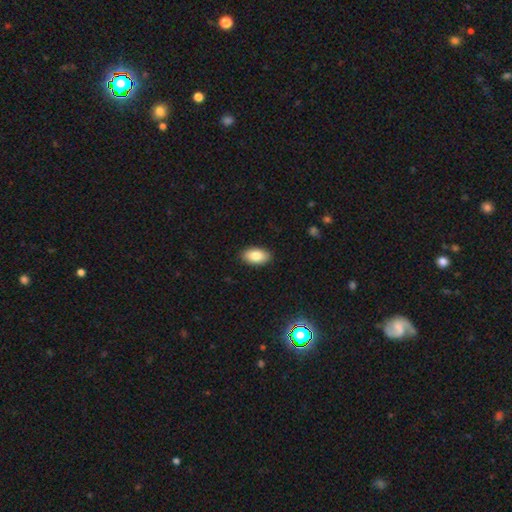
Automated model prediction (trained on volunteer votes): Smooth or featured: smooth — 85% (featured or disk — 8%)
How rounded: in between — 94% (round — 4%)
Merging: none — 89% (minor disturbance — 8%)